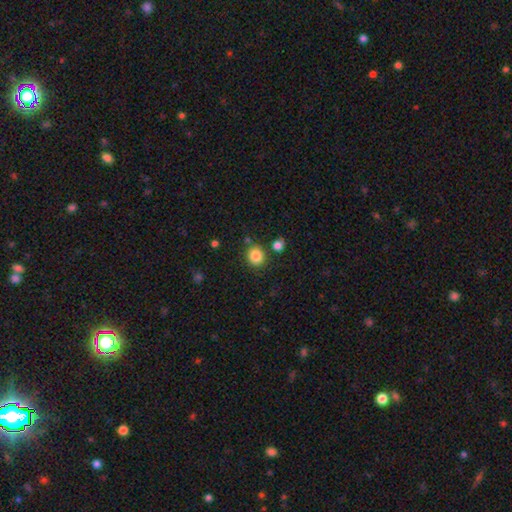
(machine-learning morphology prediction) Smooth or featured?
  - smooth: 85% *
  - star or artifact: 10%
  - featured or disk: 5%
How rounded?
  - round: 81% *
  - in between: 18%
  - cigar-shaped: 1%
Merging?
  - none: 81% *
  - minor disturbance: 10%
  - merger: 7%
  - major disturbance: 3%